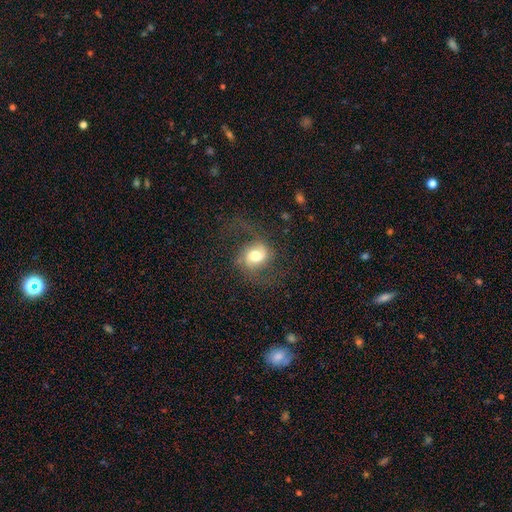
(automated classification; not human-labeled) The model was most divided on "bar": no: 50%, weak: 35%, strong: 15%. More confident: edge-on disk — no (96%); spiral arms — yes (87%); bulge size — moderate (65%); smooth or featured — featured or disk (59%); merging — none (59%).